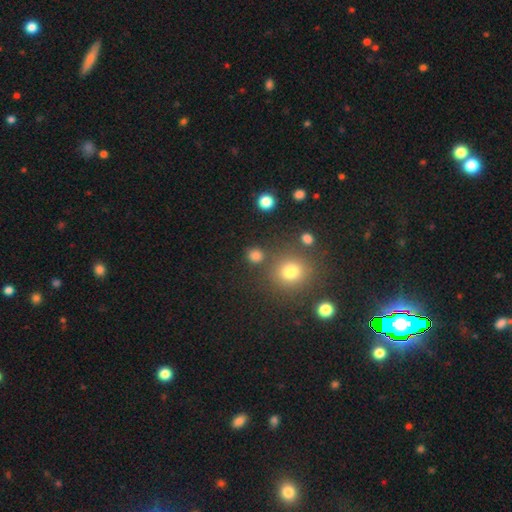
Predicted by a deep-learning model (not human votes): This appears to be a smooth galaxy with no disk features (79%) that is round (90%). Merging: none (83%).